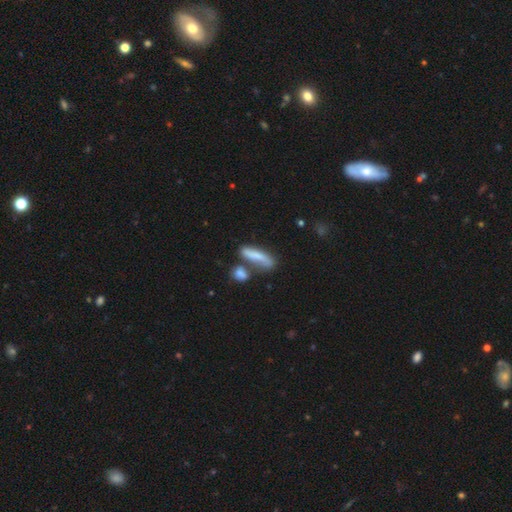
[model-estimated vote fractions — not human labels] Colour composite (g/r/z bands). It shows a smooth galaxy with no disk features (68%) that is cigar-shaped (65%). Merging: none (46%).